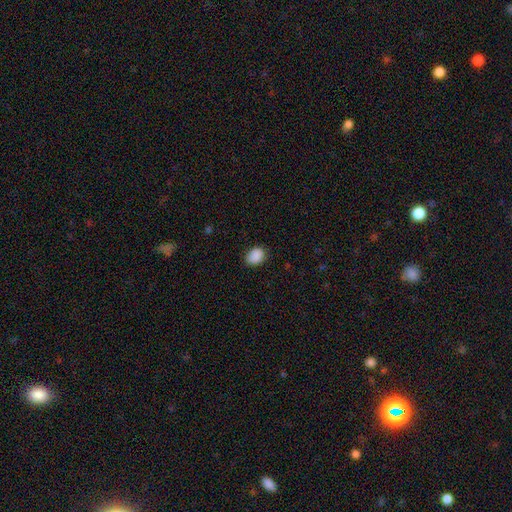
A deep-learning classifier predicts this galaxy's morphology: A smooth galaxy with no disk features (89%) that is in between round and cigar-shaped (61%). Merging: none (80%).